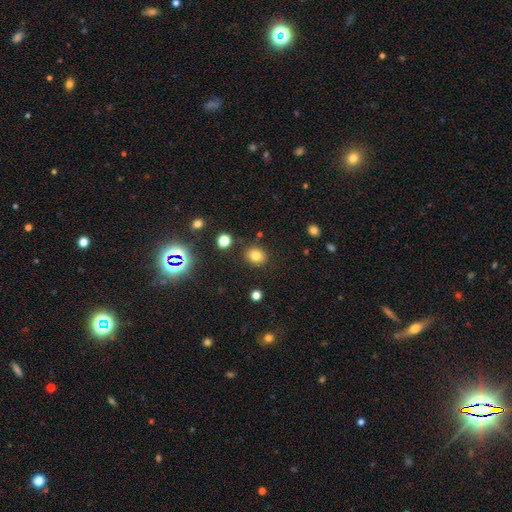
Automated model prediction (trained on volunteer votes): smooth 78%, star or artifact 15%, featured or disk 8%. Down the decision tree: how rounded — round (68%); merging — none (85%).